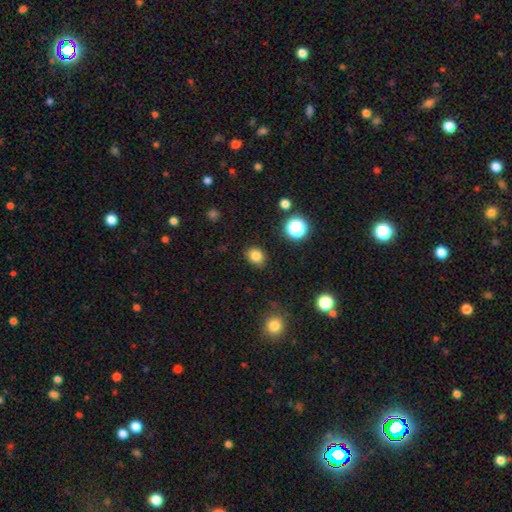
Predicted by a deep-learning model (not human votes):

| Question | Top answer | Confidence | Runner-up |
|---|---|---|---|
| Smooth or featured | smooth | 82% | star or artifact (13%) |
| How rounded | round | 54% | in between (45%) |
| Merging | none | 85% | minor disturbance (11%) |